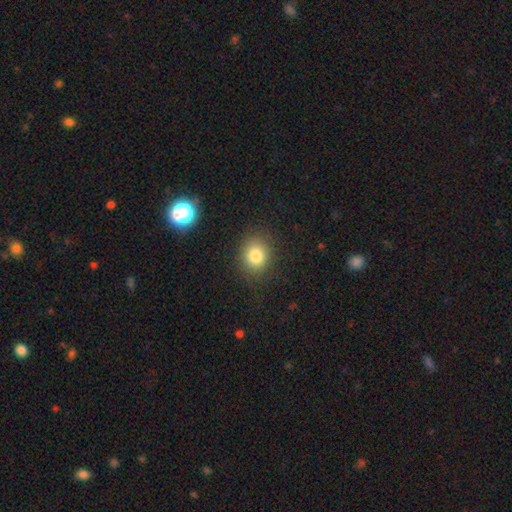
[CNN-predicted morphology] This is clearly a smooth galaxy (81%). How rounded: likely round (68%). Merging: clearly none (86%).